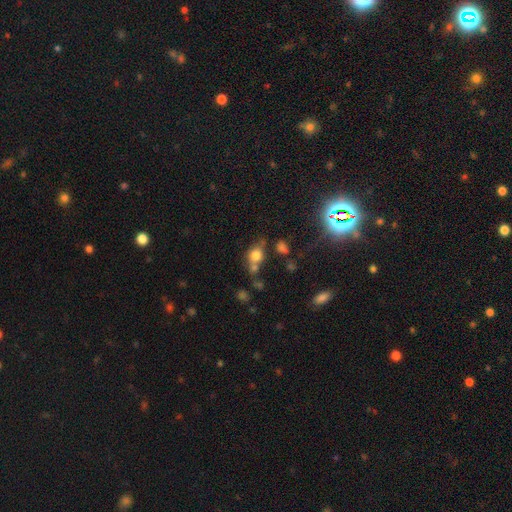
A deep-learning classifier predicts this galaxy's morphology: A smooth galaxy with no disk features (74%) that is round (63%).

Vote fractions:
- Smooth or featured? smooth: 74% / star or artifact: 14% / featured or disk: 12%
- How rounded? round: 63% / in between: 35% / cigar-shaped: 2%
- Merging? none: 46% / merger: 30% / minor disturbance: 15% / major disturbance: 8%